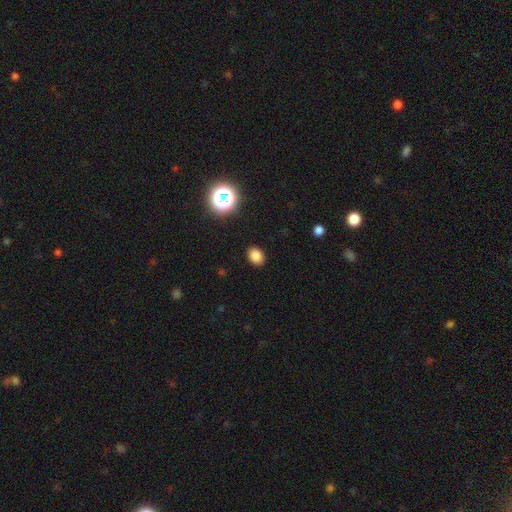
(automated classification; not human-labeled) Overall: smooth (82%). How rounded: in between (65%; round 34%). Merging: none (89%).